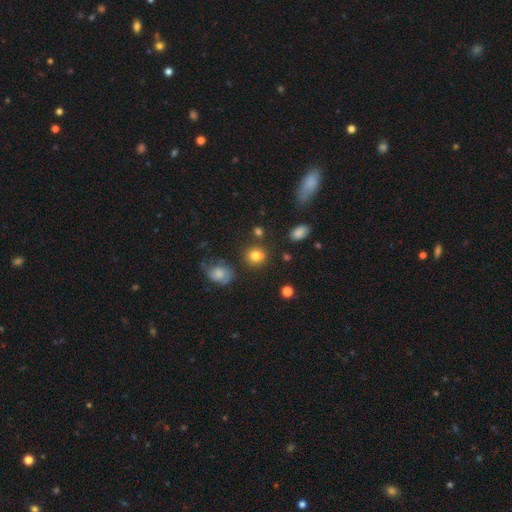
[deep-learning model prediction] Q: Smooth or featured?
A: smooth (77%); runner-up: star or artifact (13%)
Q: How rounded?
A: round (77%); runner-up: in between (21%)
Q: Merging?
A: none (70%); runner-up: minor disturbance (14%)